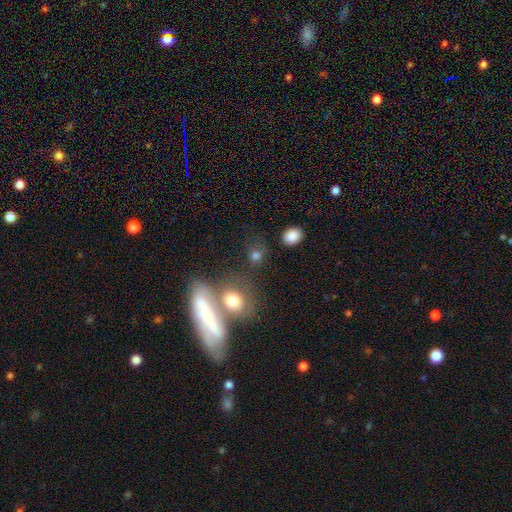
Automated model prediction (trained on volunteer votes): This appears to be a smooth galaxy with no disk features (73%) that is round (60%). Merging: none (58%).